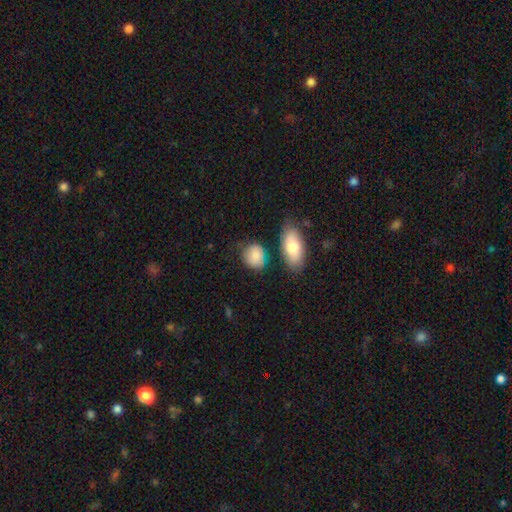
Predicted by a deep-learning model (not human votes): Smooth or featured? smooth (82%)
How rounded? round (56%)
Merging? none (63%)